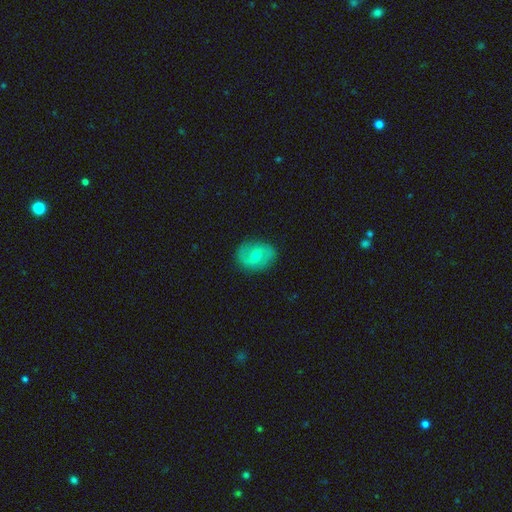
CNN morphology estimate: featured or disk 60%, smooth 32%, star or artifact 8%. Down the decision tree: edge-on disk — no (96%); bar — weak (51%); spiral arms — yes (79%); bulge size — moderate (51%); merging — none (83%).